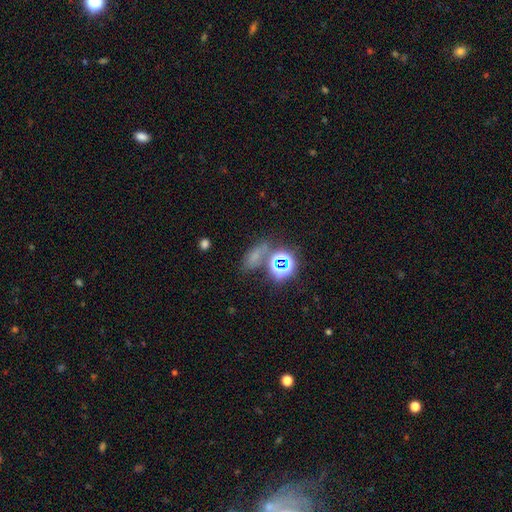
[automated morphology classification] Smooth or featured? Predicted: smooth (p=0.49). Merging? Predicted: none (p=0.58).